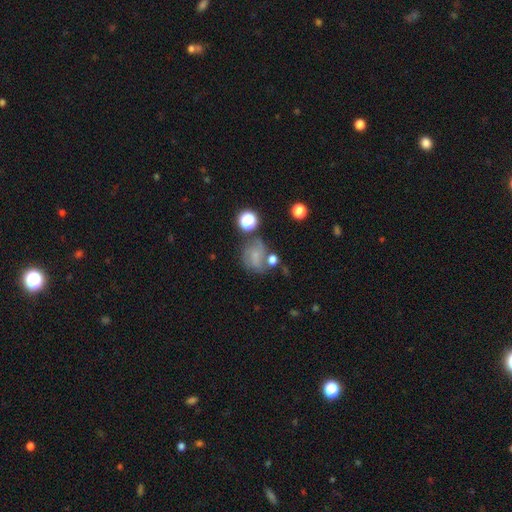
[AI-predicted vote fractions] The model was most divided on "smooth or featured": featured or disk: 49%, smooth: 36%, star or artifact: 15%. More confident: merging — none (52%).